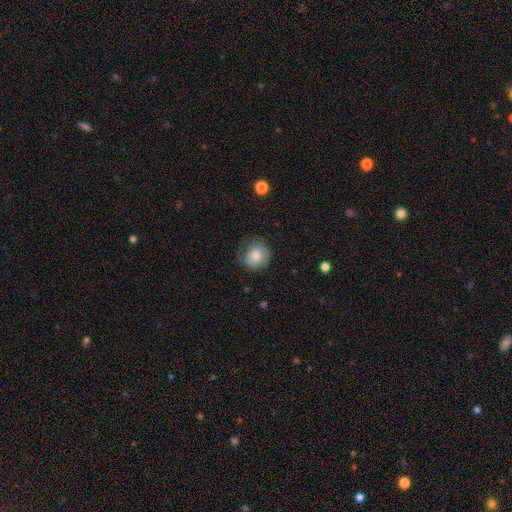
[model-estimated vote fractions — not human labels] This appears to be a smooth galaxy with no disk features (75%) that is round (82%). Merging: none (58%).